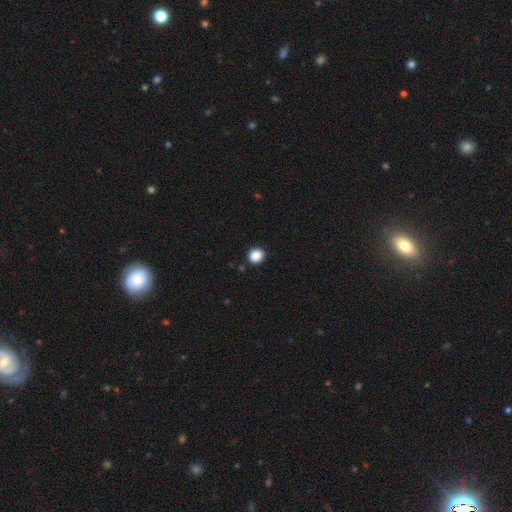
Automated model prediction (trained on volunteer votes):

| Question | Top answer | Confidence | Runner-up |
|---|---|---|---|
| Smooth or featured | smooth | 87% | star or artifact (10%) |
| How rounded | round | 81% | in between (18%) |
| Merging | none | 91% | minor disturbance (6%) |